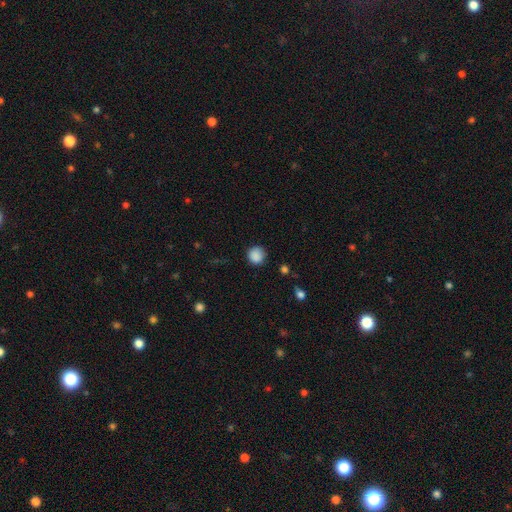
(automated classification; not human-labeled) Overall: smooth (87%). How rounded: round (91%). Merging: none (81%).